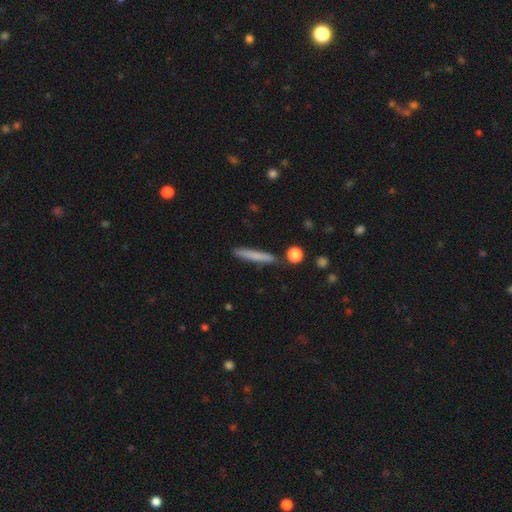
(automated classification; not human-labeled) smooth_or_featured: smooth (p=0.73) [alt: featured or disk p=0.21]
how_rounded: cigar-shaped (p=0.95) [alt: in between p=0.03]
merging: none (p=0.87) [alt: minor disturbance p=0.08]